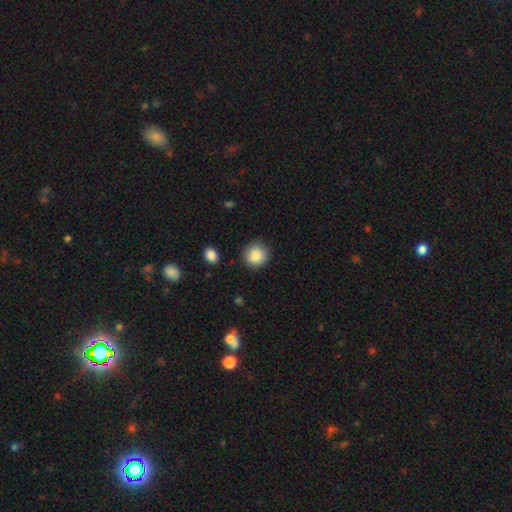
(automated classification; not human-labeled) smooth_or_featured: smooth (p=0.87) [alt: star or artifact p=0.08]
how_rounded: round (p=0.92) [alt: in between p=0.07]
merging: none (p=0.88) [alt: minor disturbance p=0.08]